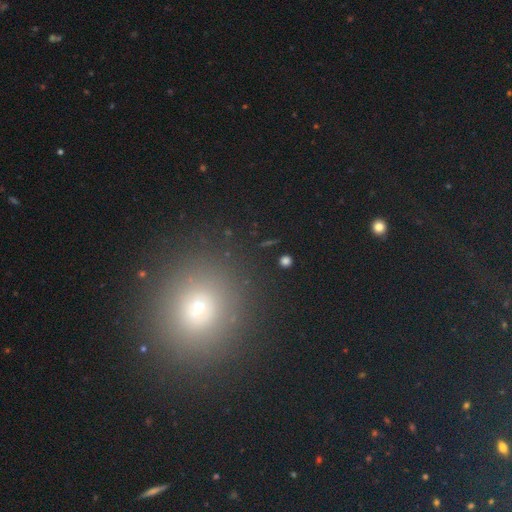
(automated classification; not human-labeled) smooth_or_featured: smooth (p=0.61) [alt: star or artifact p=0.32]
how_rounded: round (p=0.83) [alt: in between p=0.16]
merging: none (p=0.91) [alt: minor disturbance p=0.05]